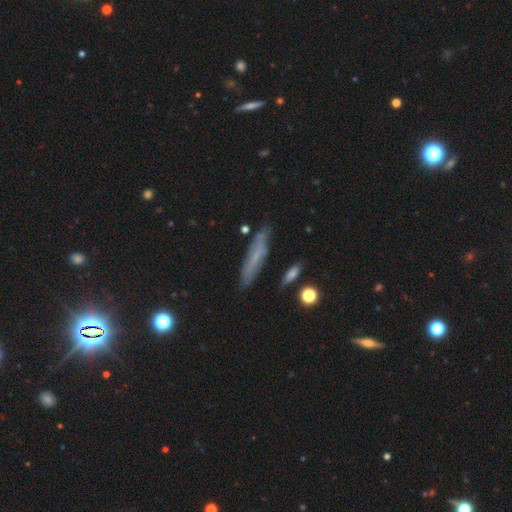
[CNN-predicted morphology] smooth-or-featured: smooth: 54% | featured or disk: 35% | star or artifact: 11%
  how-rounded: cigar-shaped: 85% | in between: 13% | round: 3%
  merging: none: 79% | minor disturbance: 15% | major disturbance: 4% | merger: 3%